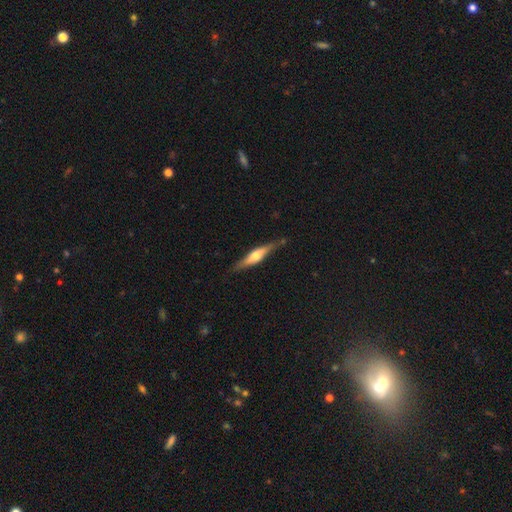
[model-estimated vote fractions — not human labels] Morphology: type=featured or disk (65%); edge-on=yes (95%); edge-on bulge=rounded (87%); merging=none (81%).